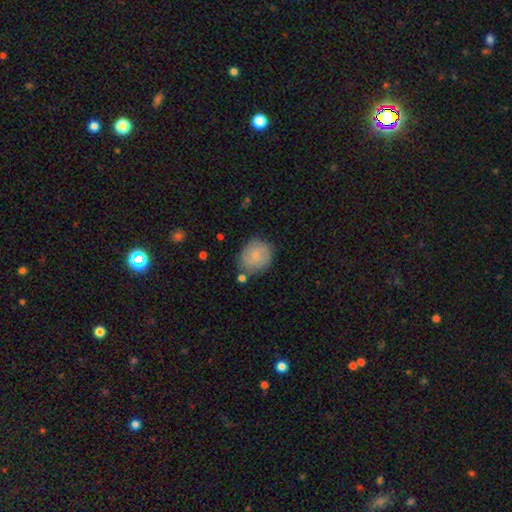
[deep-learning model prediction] smooth-or-featured: smooth: 68% | featured or disk: 25% | star or artifact: 7%
  how-rounded: round: 63% | in between: 36% | cigar-shaped: 1%
  merging: none: 69% | minor disturbance: 20% | merger: 6% | major disturbance: 5%